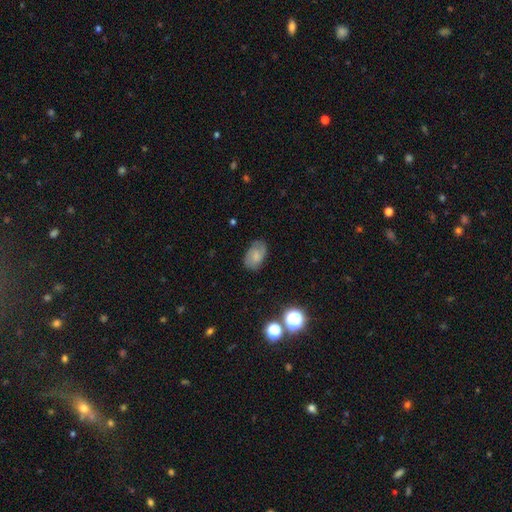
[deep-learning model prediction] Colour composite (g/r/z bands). It shows a smooth galaxy with no disk features (55%) that is in between round and cigar-shaped (87%). Merging: none (76%).